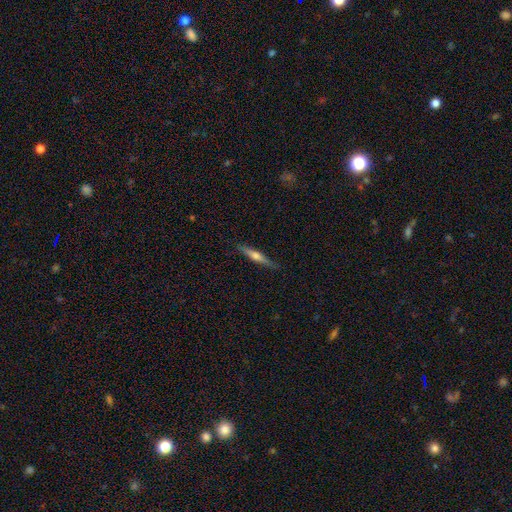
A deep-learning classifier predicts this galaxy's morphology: Smooth or featured: featured or disk — 52% (smooth — 42%)
Edge-on disk: yes — 96% (no — 4%)
Merging: none — 85% (minor disturbance — 12%)